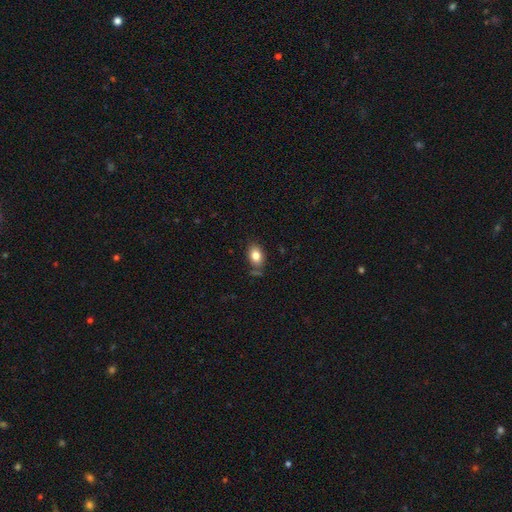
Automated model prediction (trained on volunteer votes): This is clearly a smooth galaxy (82%). How rounded: clearly in between (83%). Merging: likely none (74%).